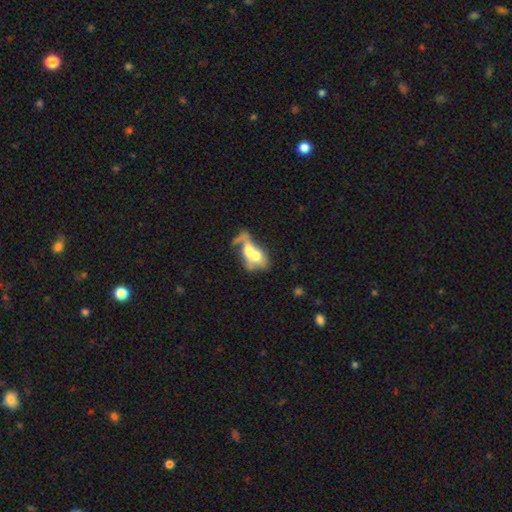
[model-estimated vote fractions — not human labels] Smooth or featured? Predicted: smooth (p=0.50). Merging? Predicted: merger (p=0.76).